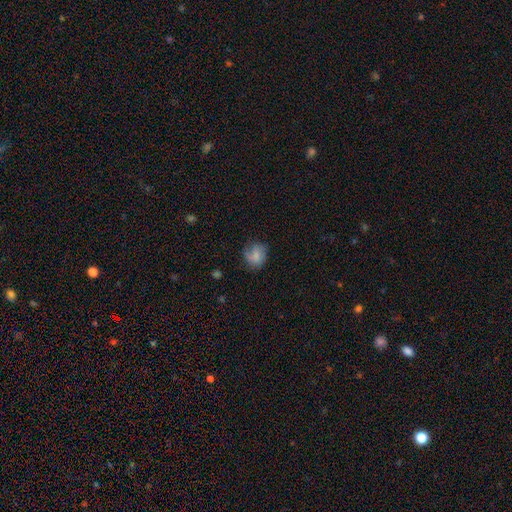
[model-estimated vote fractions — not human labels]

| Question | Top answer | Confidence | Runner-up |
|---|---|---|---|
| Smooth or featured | smooth | 70% | featured or disk (21%) |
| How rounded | round | 66% | in between (33%) |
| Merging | none | 59% | minor disturbance (26%) |